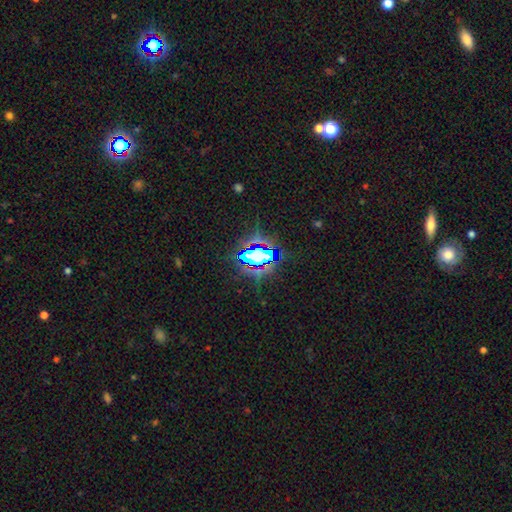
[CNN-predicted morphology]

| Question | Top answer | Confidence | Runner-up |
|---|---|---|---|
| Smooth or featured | star or artifact | 68% | smooth (20%) |